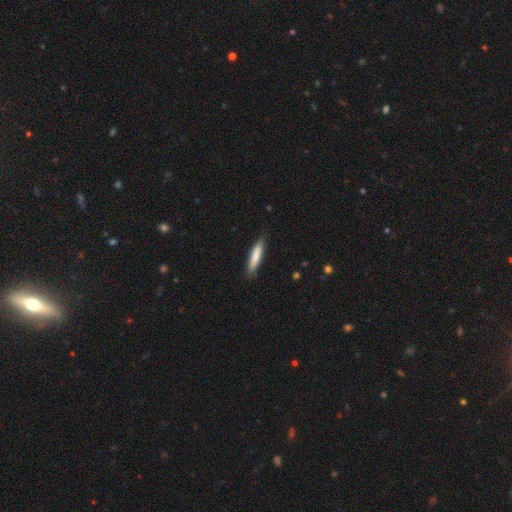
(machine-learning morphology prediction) The model was most divided on "smooth or featured": smooth: 77%, featured or disk: 17%, star or artifact: 5%. More confident: how rounded — cigar-shaped (85%); merging — none (85%).